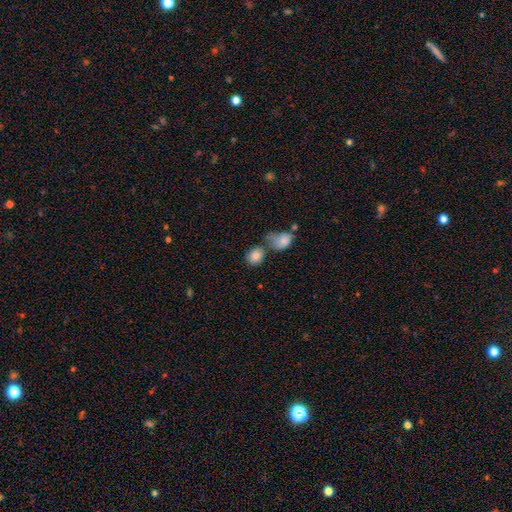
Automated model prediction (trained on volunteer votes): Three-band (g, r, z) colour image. It shows a smooth galaxy with no disk features (85%) that is round (59%). Merging: none (49%).